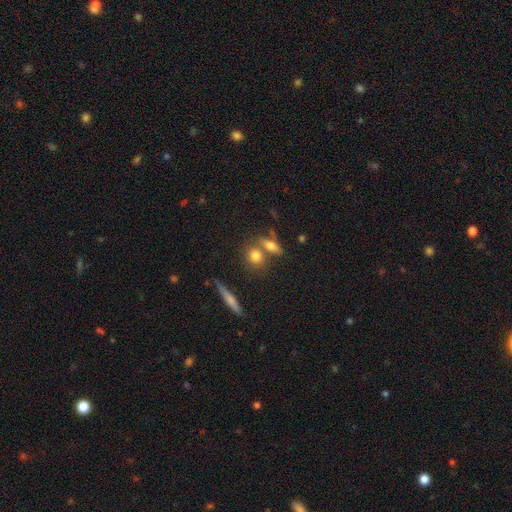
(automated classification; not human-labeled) smooth-or-featured: smooth: 74% | featured or disk: 15% | star or artifact: 11%
  how-rounded: round: 50% | in between: 37% | cigar-shaped: 13%
  merging: none: 55% | merger: 31% | minor disturbance: 10% | major disturbance: 4%